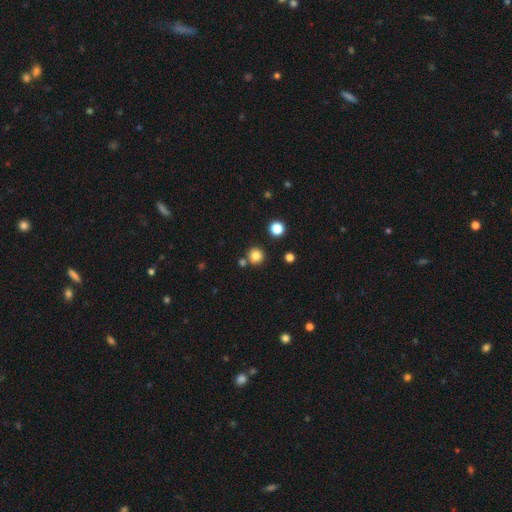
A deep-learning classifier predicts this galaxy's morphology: Overall: smooth (82%). How rounded: round (94%). Merging: none (80%).